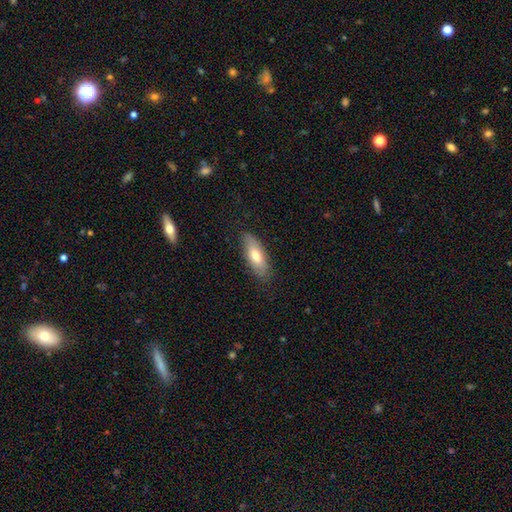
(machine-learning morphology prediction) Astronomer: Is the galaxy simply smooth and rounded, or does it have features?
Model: smooth — 72%.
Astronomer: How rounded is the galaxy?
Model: in between — 67%.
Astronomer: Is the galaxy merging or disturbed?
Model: none — 83%.